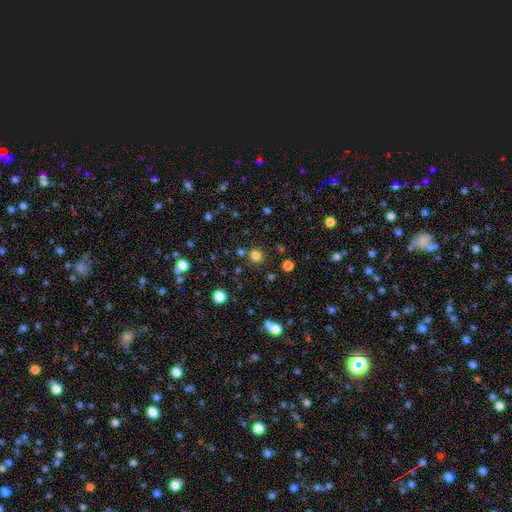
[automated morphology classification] Smooth or featured? Predicted: smooth (p=0.79). How rounded? Predicted: round (p=0.92). Merging? Predicted: none (p=0.85).